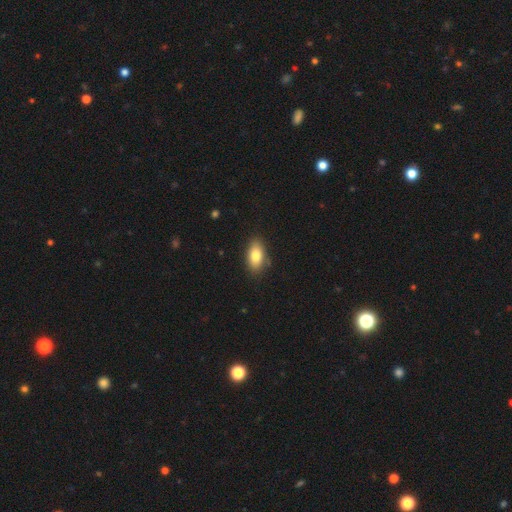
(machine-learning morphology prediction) smooth 81%, featured or disk 12%, star or artifact 7%. Down the decision tree: how rounded — in between (90%); merging — none (83%).